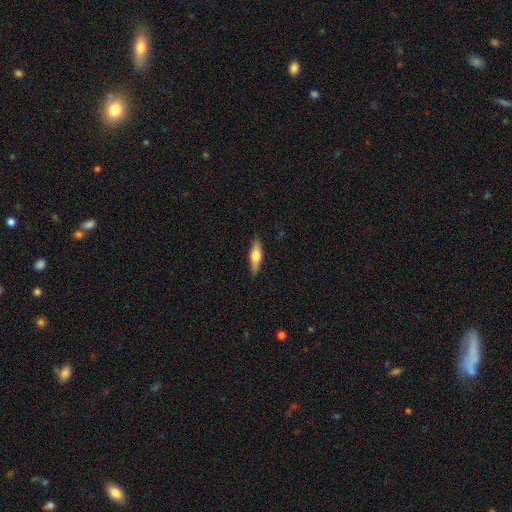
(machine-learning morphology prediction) Overall: smooth (50%; featured or disk 44%). Merging: none (88%).